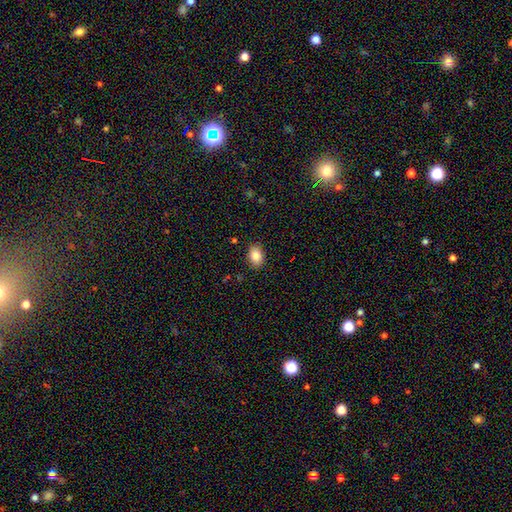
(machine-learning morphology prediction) This appears to be a smooth galaxy with no disk features (86%) that is in between round and cigar-shaped (76%). Merging: none (88%).